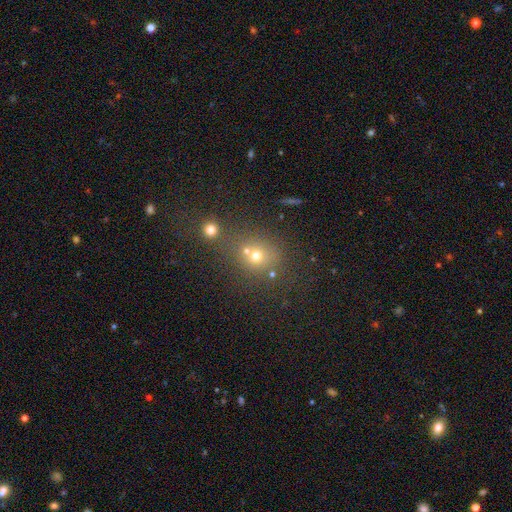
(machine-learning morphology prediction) The model was most divided on "merging": none: 56%, merger: 30%, minor disturbance: 10%, major disturbance: 5%. More confident: how rounded — round (81%); smooth or featured — smooth (66%).